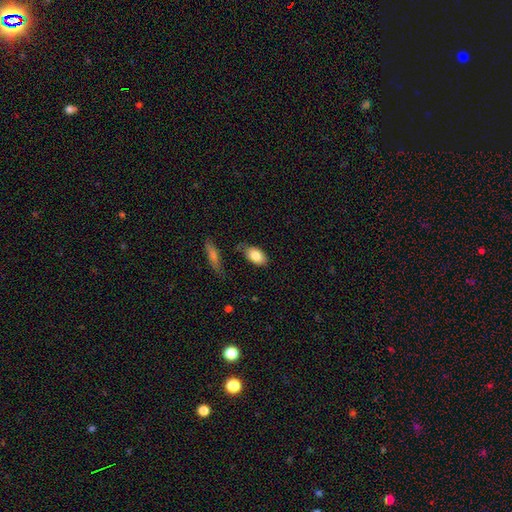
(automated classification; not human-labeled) This appears to be a smooth galaxy with no disk features (82%) that is in between round and cigar-shaped (91%). Merging: none (71%).